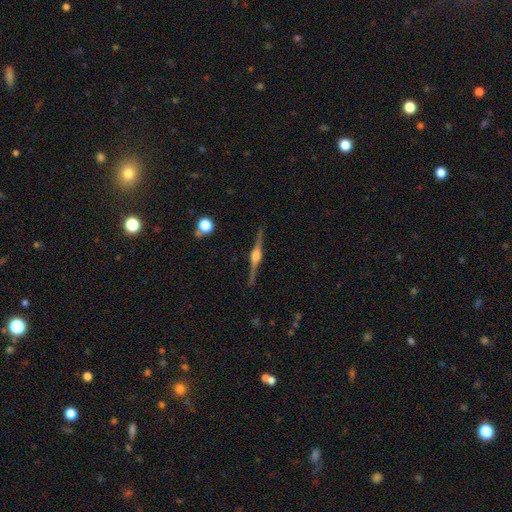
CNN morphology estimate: This appears to be a featured or disk galaxy (88%) viewed edge-on (98%) with a rounded central bulge (89%). Merging: none (90%).